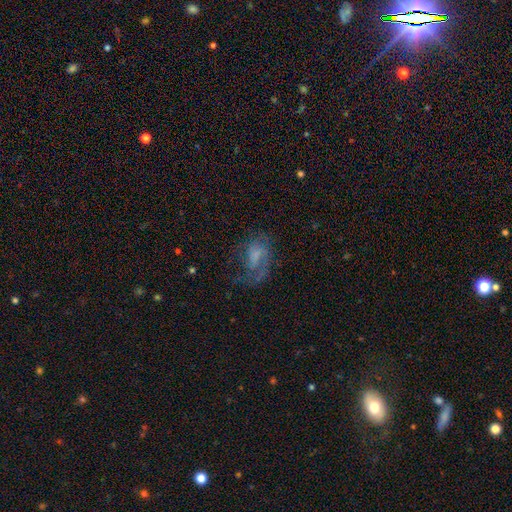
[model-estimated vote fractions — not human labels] smooth_or_featured: featured or disk (p=0.59) [alt: smooth p=0.30]
disk_edge_on: no (p=0.97) [alt: yes p=0.03]
bar: no (p=0.51) [alt: weak p=0.39]
has_spiral_arms: yes (p=0.76) [alt: no p=0.24]
bulge_size: none (p=0.39) [alt: small p=0.28]
merging: none (p=0.42) [alt: major disturbance p=0.36]